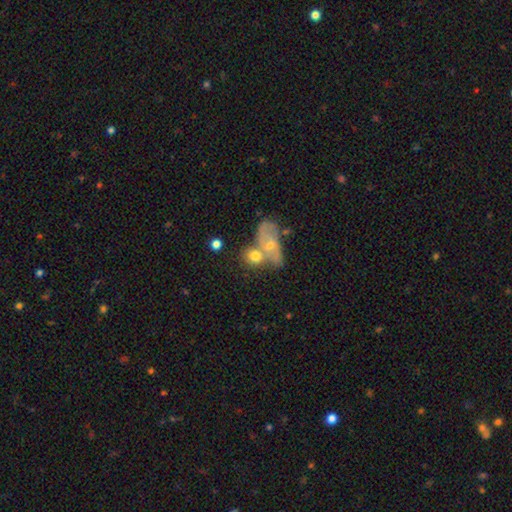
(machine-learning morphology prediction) A smooth galaxy with no disk features (63%) that is round (52%).

Vote fractions:
- Smooth or featured? smooth: 63% / featured or disk: 27% / star or artifact: 10%
- How rounded? round: 52% / in between: 44% / cigar-shaped: 4%
- Merging? merger: 50% / none: 32% / minor disturbance: 11% / major disturbance: 7%